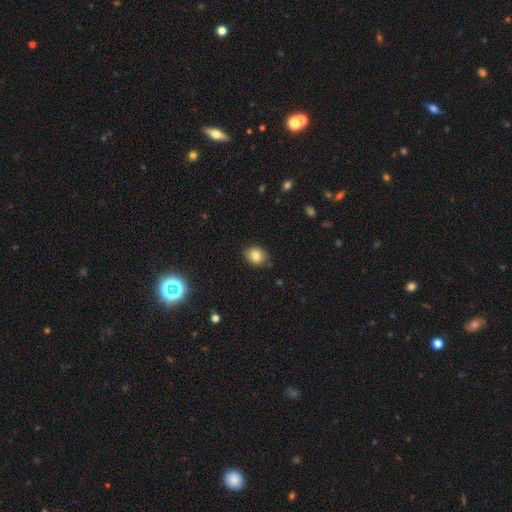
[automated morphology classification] type=smooth (81%); roundness=round (60%); merging=none (85%).